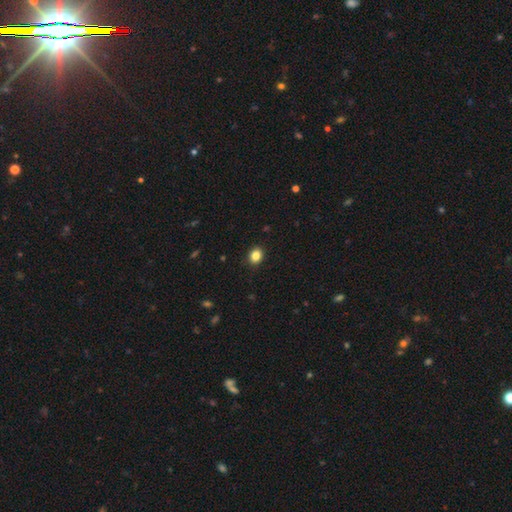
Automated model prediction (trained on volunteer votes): smooth 85%, star or artifact 10%, featured or disk 5%. Down the decision tree: how rounded — round (54%); merging — none (90%).